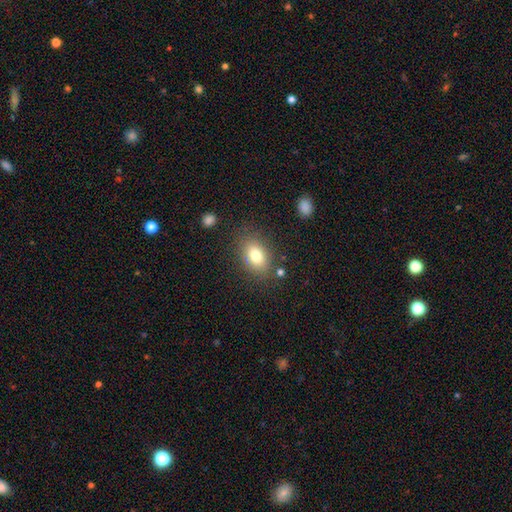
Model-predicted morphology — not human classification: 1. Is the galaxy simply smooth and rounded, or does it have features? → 79% smooth, 12% featured or disk, 9% star or artifact.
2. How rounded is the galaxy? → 81% in between, 17% round, 2% cigar-shaped.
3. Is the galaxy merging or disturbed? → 81% none, 12% minor disturbance, 4% major disturbance, 3% merger.